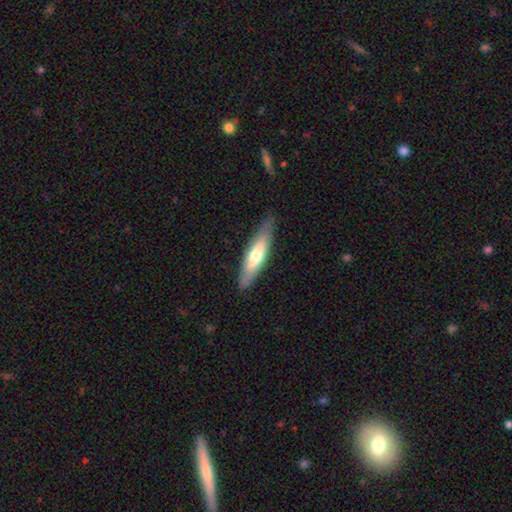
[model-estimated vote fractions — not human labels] This appears to be a smooth galaxy with no disk features (57%) that is cigar-shaped (73%). Merging: none (85%).